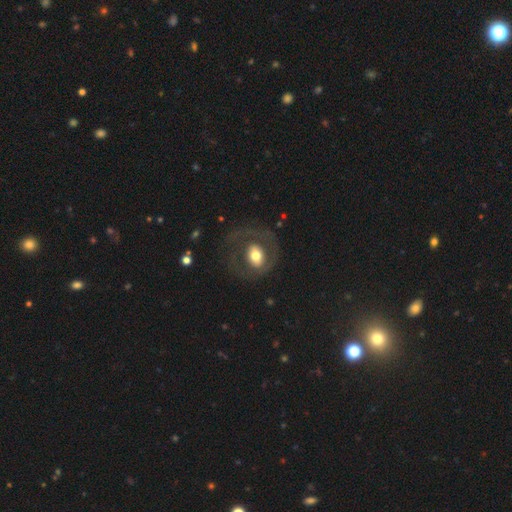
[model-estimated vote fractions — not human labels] Smooth or featured: featured or disk — 50% (smooth — 43%)
Edge-on disk: no — 95% (yes — 5%)
Merging: none — 60% (major disturbance — 22%)